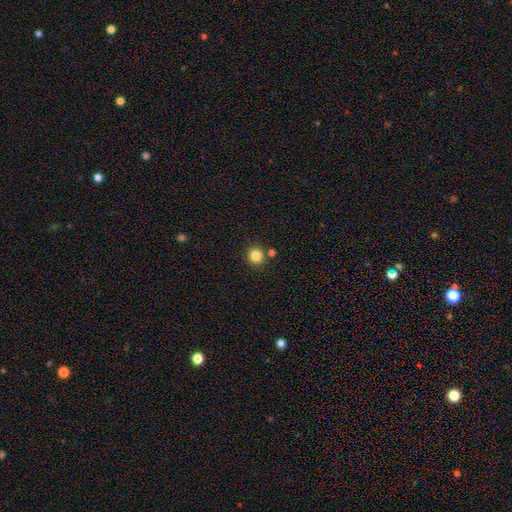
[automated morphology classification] Q: Smooth or featured?
A: smooth (84%); runner-up: star or artifact (12%)
Q: How rounded?
A: round (91%); runner-up: in between (8%)
Q: Merging?
A: none (84%); runner-up: merger (7%)